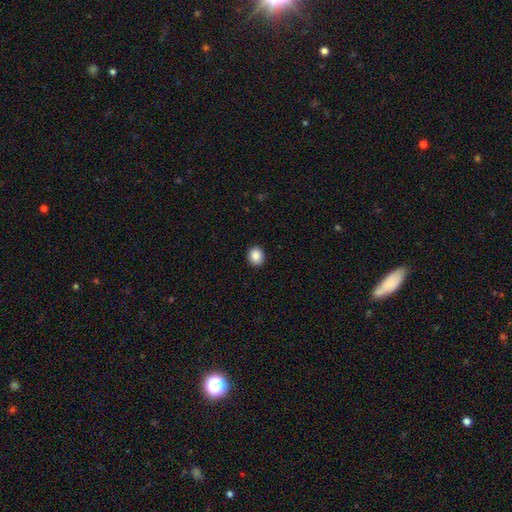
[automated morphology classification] smooth 88%, star or artifact 9%, featured or disk 3%. Down the decision tree: how rounded — round (76%); merging — none (92%).